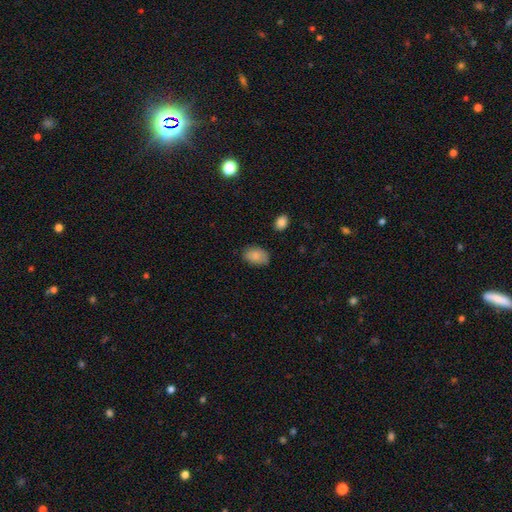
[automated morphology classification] smooth 86%, star or artifact 8%, featured or disk 7%. Down the decision tree: how rounded — in between (84%); merging — none (77%).